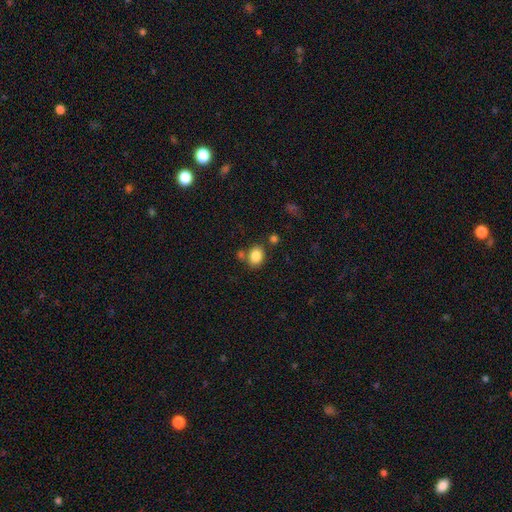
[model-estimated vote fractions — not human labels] A smooth galaxy with no disk features (85%) that is in between round and cigar-shaped (58%).

Vote fractions:
- Smooth or featured? smooth: 85% / star or artifact: 9% / featured or disk: 6%
- How rounded? in between: 58% / round: 41% / cigar-shaped: 1%
- Merging? none: 69% / merger: 14% / minor disturbance: 13% / major disturbance: 4%